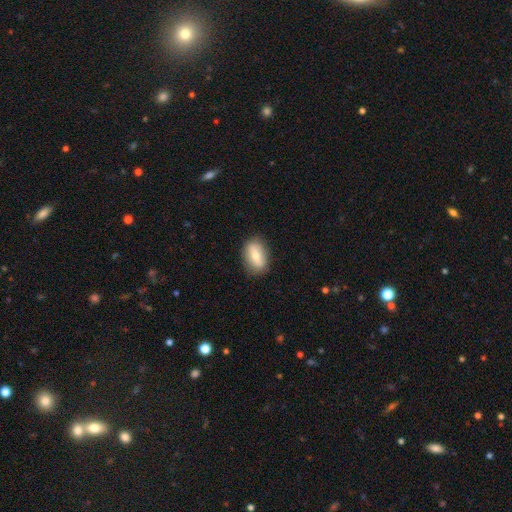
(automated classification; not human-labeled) Overall: smooth (70%). How rounded: in between (87%). Merging: none (83%).